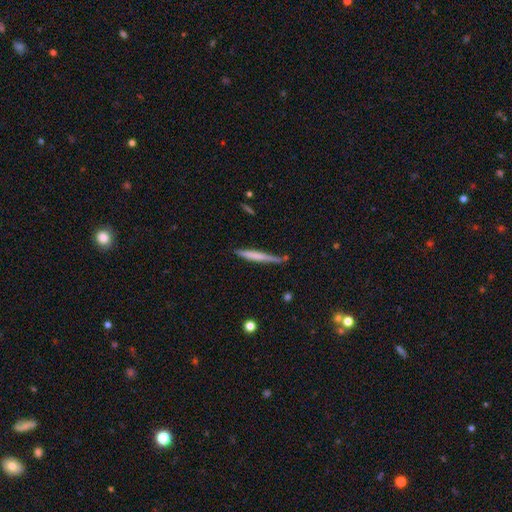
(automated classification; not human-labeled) Smooth or featured? Predicted: smooth (p=0.57). How rounded? Predicted: cigar-shaped (p=0.96). Merging? Predicted: none (p=0.75).